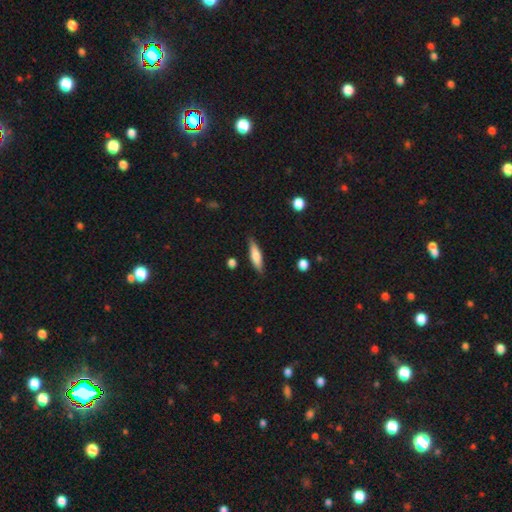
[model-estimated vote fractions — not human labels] A smooth galaxy with no disk features (68%) that is cigar-shaped (69%).

Vote fractions:
- Smooth or featured? smooth: 68% / featured or disk: 26% / star or artifact: 6%
- How rounded? cigar-shaped: 69% / in between: 29% / round: 2%
- Merging? none: 83% / minor disturbance: 13% / major disturbance: 2% / merger: 2%